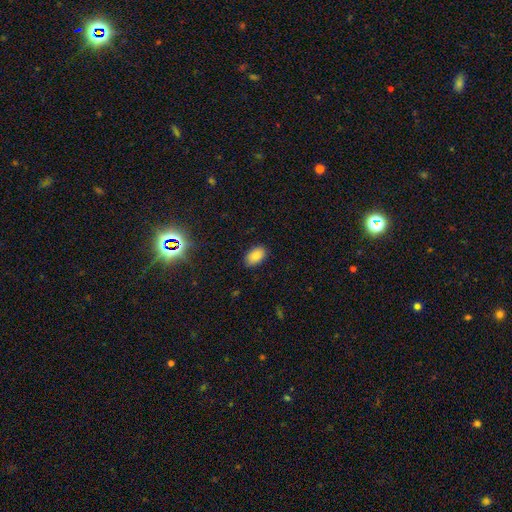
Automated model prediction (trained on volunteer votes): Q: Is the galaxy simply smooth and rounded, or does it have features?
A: smooth — 85%.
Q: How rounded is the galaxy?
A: in between — 92%.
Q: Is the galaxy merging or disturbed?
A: none — 86%.